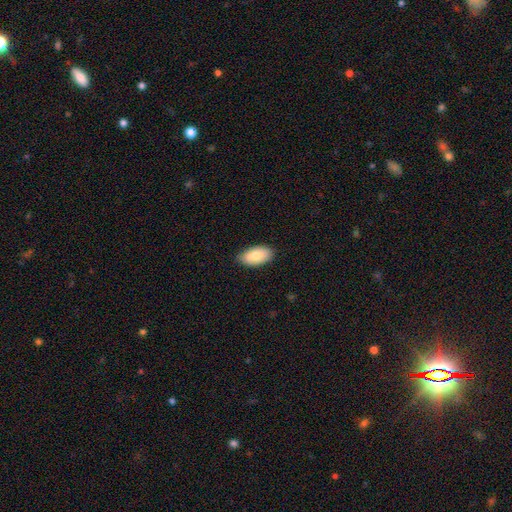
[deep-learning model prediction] smooth 82%, featured or disk 11%, star or artifact 6%. Down the decision tree: how rounded — in between (95%); merging — none (86%).